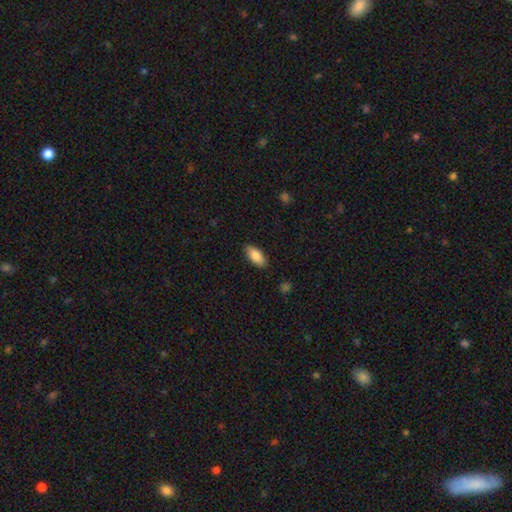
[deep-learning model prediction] smooth-or-featured: smooth: 86% | featured or disk: 8% | star or artifact: 6%
  how-rounded: in between: 89% | cigar-shaped: 9% | round: 2%
  merging: none: 87% | minor disturbance: 10% | major disturbance: 2% | merger: 1%